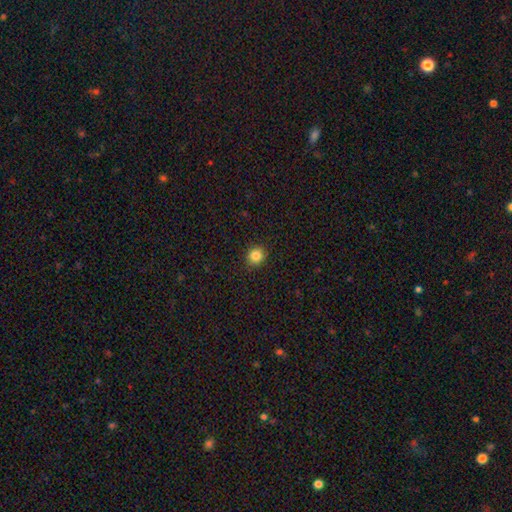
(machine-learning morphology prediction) Q: Smooth or featured?
A: smooth (85%); runner-up: star or artifact (11%)
Q: How rounded?
A: round (84%); runner-up: in between (15%)
Q: Merging?
A: none (91%); runner-up: minor disturbance (6%)